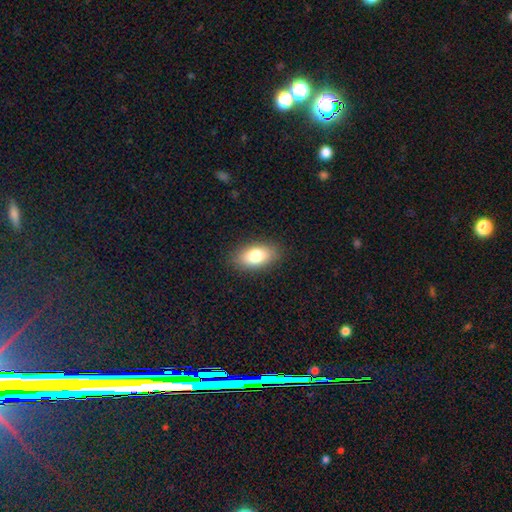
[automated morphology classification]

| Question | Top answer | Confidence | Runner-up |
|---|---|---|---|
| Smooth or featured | smooth | 80% | featured or disk (12%) |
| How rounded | in between | 91% | round (6%) |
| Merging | none | 87% | minor disturbance (9%) |